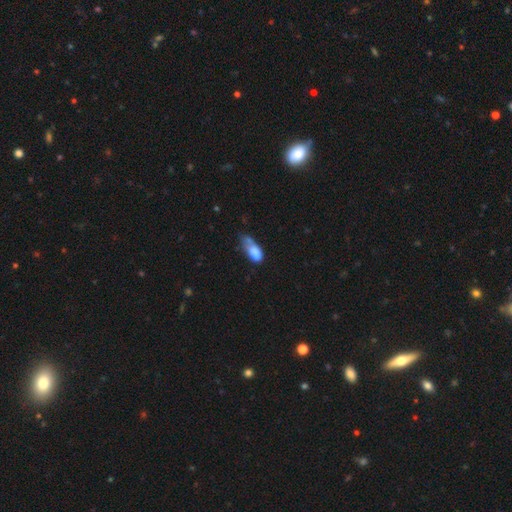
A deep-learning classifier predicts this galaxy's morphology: Q: Smooth or featured?
A: smooth (72%); runner-up: featured or disk (18%)
Q: How rounded?
A: in between (80%); runner-up: cigar-shaped (14%)
Q: Merging?
A: minor disturbance (32%); runner-up: major disturbance (27%)